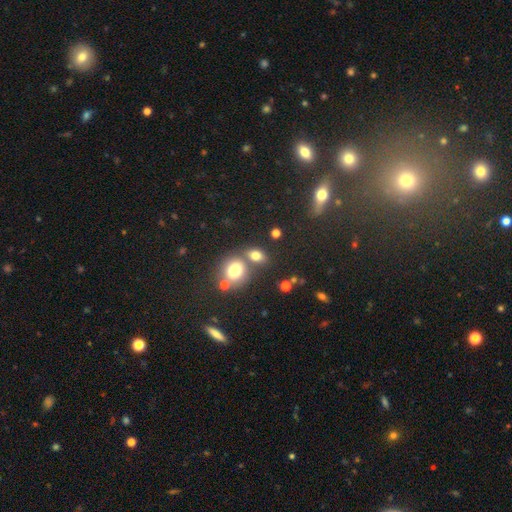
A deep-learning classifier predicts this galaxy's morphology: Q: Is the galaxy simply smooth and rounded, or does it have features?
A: smooth — 75%.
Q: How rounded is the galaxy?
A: in between — 59%.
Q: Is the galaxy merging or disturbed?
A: none — 55%.